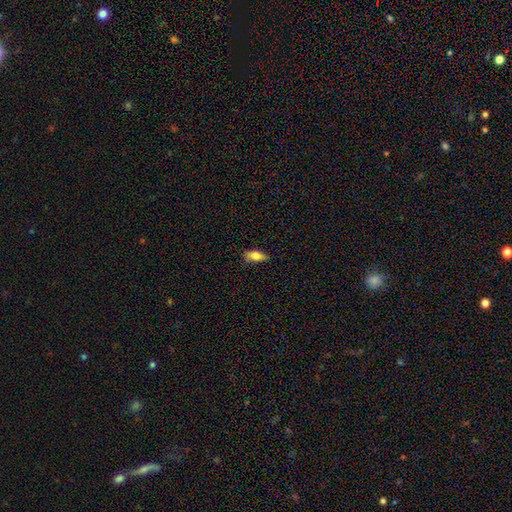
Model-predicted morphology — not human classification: Q: Smooth or featured?
A: smooth (76%); runner-up: featured or disk (16%)
Q: How rounded?
A: in between (77%); runner-up: cigar-shaped (19%)
Q: Merging?
A: none (77%); runner-up: minor disturbance (18%)